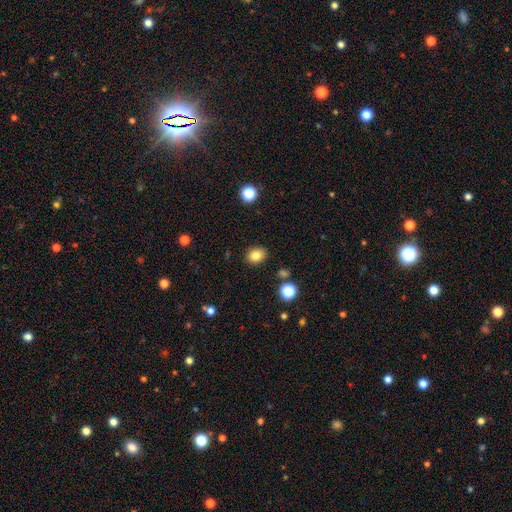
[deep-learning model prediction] A smooth galaxy with no disk features (82%) that is round (53%). Merging: none (88%).